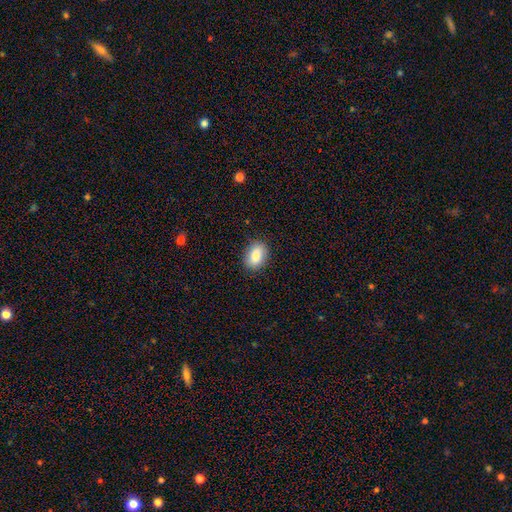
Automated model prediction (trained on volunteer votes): Smooth or featured?
  - smooth: 85% *
  - featured or disk: 8%
  - star or artifact: 7%
How rounded?
  - in between: 79% *
  - round: 19%
  - cigar-shaped: 2%
Merging?
  - none: 86% *
  - minor disturbance: 11%
  - major disturbance: 3%
  - merger: 1%